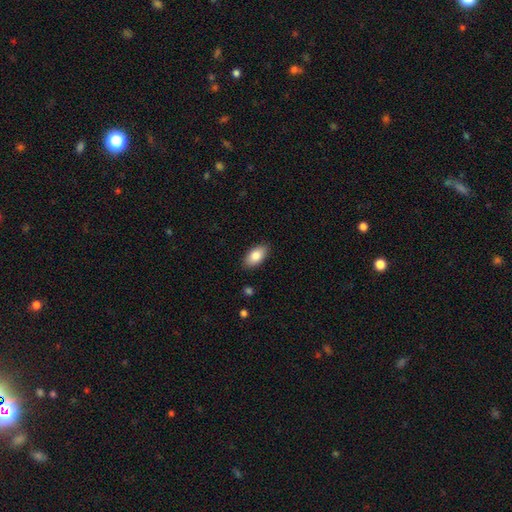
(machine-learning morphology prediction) Smooth or featured?
  - smooth: 84% *
  - featured or disk: 10%
  - star or artifact: 7%
How rounded?
  - in between: 93% *
  - cigar-shaped: 4%
  - round: 3%
Merging?
  - none: 88% *
  - minor disturbance: 9%
  - major disturbance: 2%
  - merger: 1%